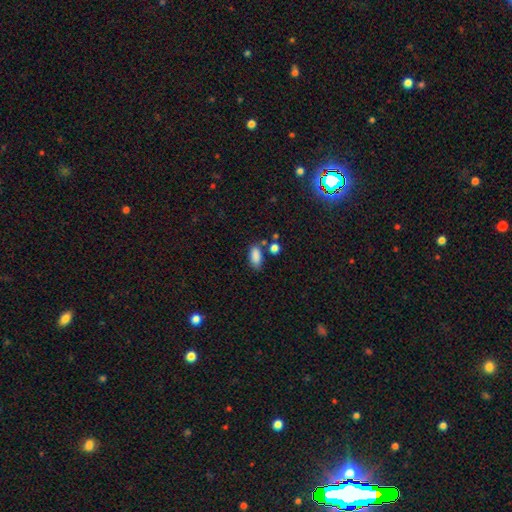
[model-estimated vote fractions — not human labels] This appears to be a smooth galaxy with no disk features (86%) that is in between round and cigar-shaped (88%). Merging: none (69%).